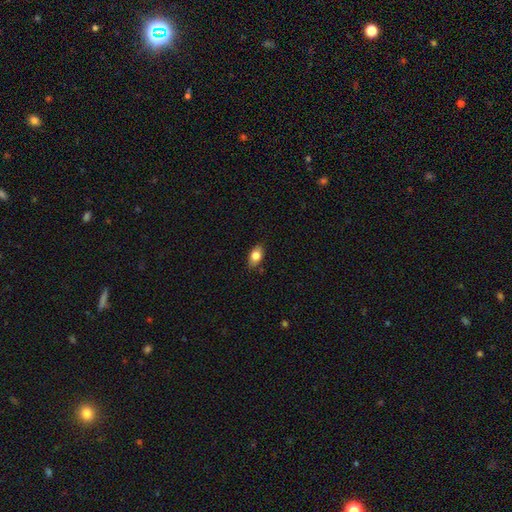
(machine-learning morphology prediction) This appears to be a smooth galaxy with no disk features (81%) that is in between round and cigar-shaped (89%). Merging: none (84%).